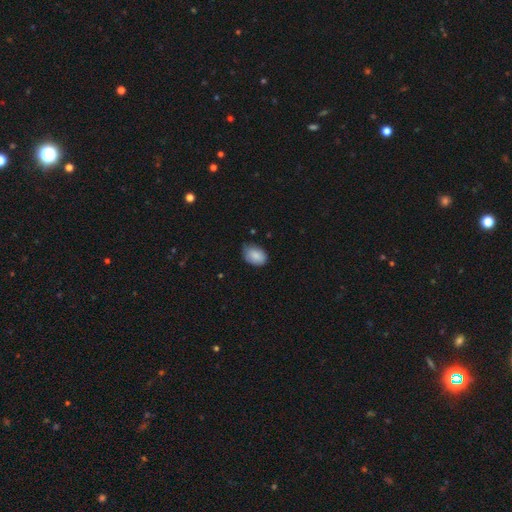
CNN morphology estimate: Q: Smooth or featured?
A: smooth (85%); runner-up: star or artifact (7%)
Q: How rounded?
A: in between (80%); runner-up: round (19%)
Q: Merging?
A: none (59%); runner-up: minor disturbance (35%)